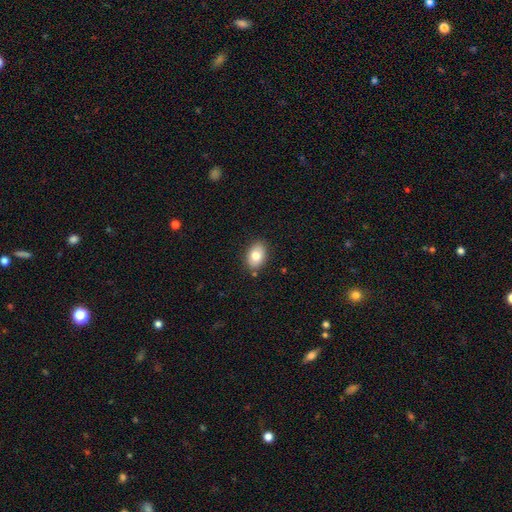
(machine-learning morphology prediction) Overall: smooth (79%). How rounded: in between (83%). Merging: none (85%).